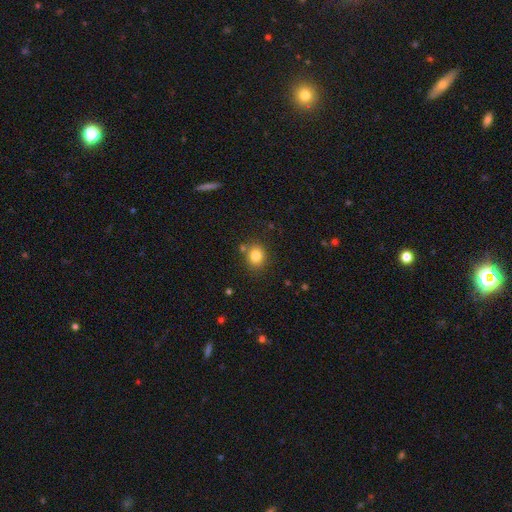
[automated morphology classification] A smooth galaxy with no disk features (81%) that is round (68%). Merging: none (77%).